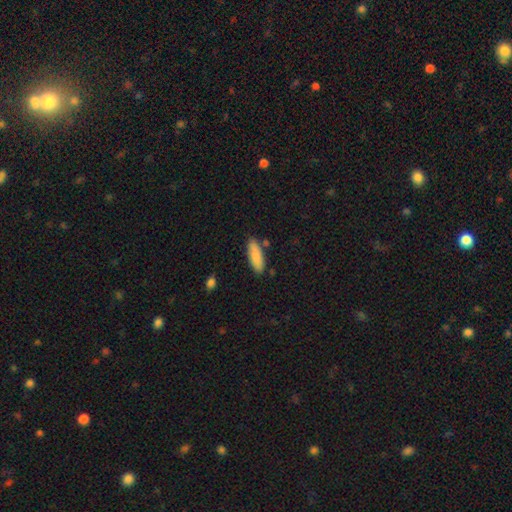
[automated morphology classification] Smooth or featured: smooth — 85% (featured or disk — 9%)
How rounded: in between — 62% (cigar-shaped — 36%)
Merging: none — 82% (minor disturbance — 12%)